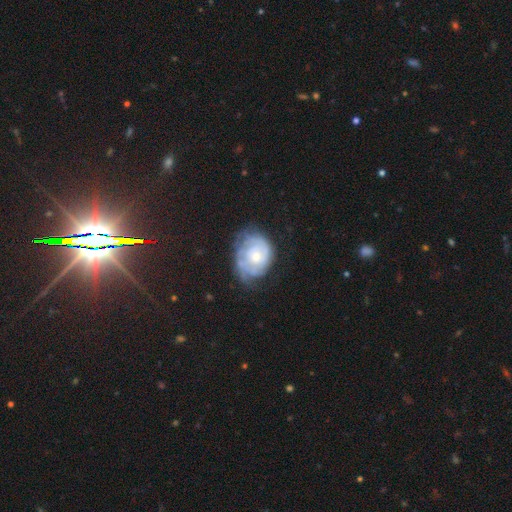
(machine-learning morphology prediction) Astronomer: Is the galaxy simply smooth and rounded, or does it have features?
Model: featured or disk — 71%.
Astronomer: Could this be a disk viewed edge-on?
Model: no — 97%.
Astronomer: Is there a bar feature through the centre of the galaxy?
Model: no — 80%.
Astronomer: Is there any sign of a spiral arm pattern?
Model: yes — 80%.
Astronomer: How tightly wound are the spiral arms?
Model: tight — 68%.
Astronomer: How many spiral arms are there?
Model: can't tell — 53%.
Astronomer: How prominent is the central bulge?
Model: small — 48% (runner-up: moderate, 46%).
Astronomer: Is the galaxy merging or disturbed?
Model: none — 56%.